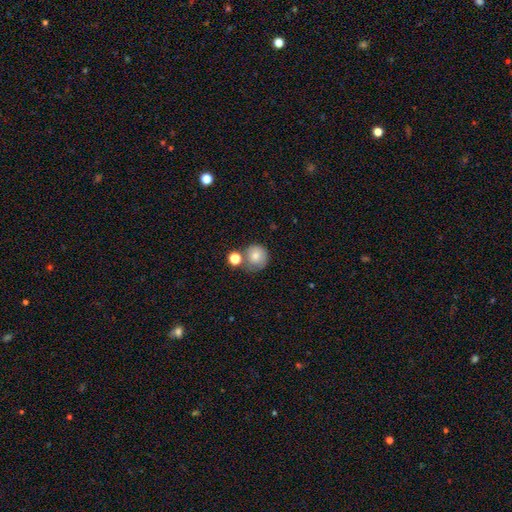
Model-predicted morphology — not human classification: smooth_or_featured: smooth (p=0.80) [alt: featured or disk p=0.11]
how_rounded: round (p=0.90) [alt: in between p=0.09]
merging: none (p=0.57) [alt: merger p=0.23]